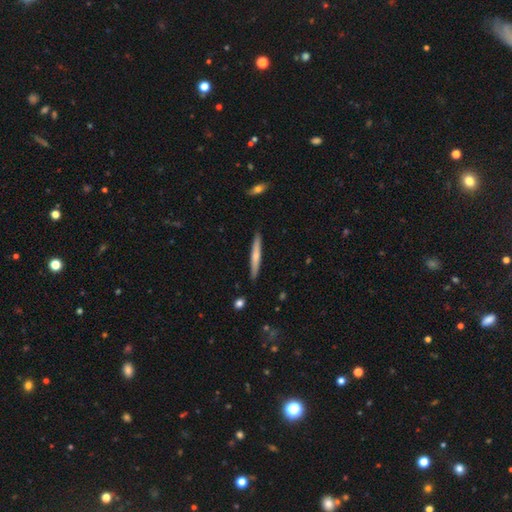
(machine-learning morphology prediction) This appears to be a smooth galaxy with no disk features (57%) that is cigar-shaped (95%). Merging: none (90%).